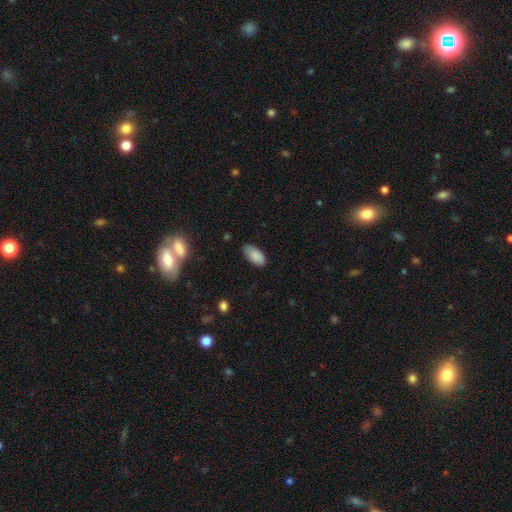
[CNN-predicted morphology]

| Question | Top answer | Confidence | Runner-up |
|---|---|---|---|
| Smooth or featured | smooth | 87% | star or artifact (7%) |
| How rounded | in between | 94% | cigar-shaped (4%) |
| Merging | none | 72% | minor disturbance (23%) |